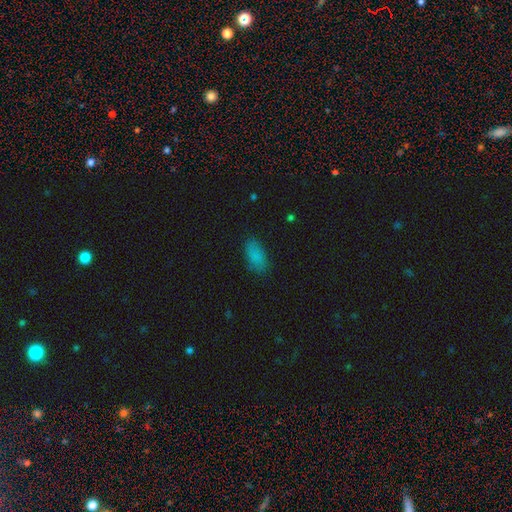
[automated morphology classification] Smooth or featured? smooth (84%)
How rounded? in between (88%)
Merging? none (81%)